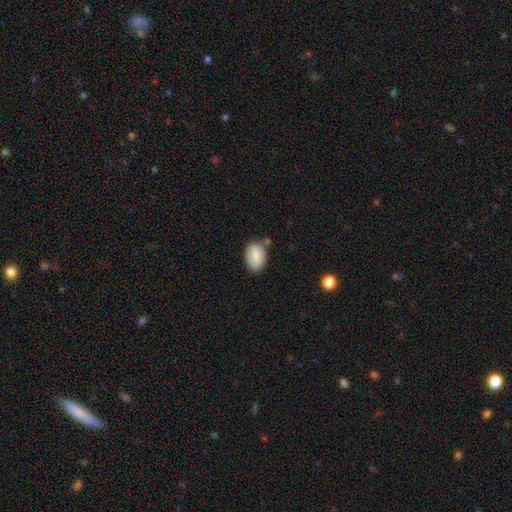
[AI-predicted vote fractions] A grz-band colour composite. It shows a smooth galaxy with no disk features (82%) that is in between round and cigar-shaped (88%). Merging: none (64%).